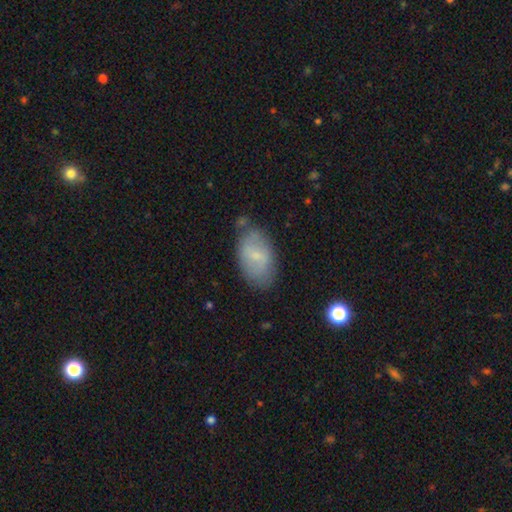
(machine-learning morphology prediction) type=smooth (56%); roundness=in between (92%); merging=none (70%).